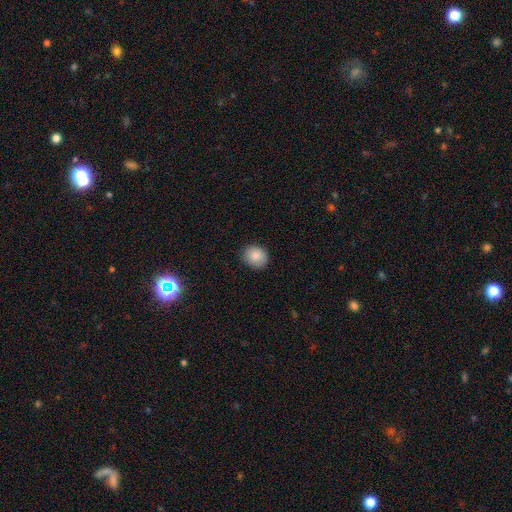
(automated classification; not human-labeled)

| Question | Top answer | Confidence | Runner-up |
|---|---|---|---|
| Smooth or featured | smooth | 85% | star or artifact (8%) |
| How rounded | round | 67% | in between (32%) |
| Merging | none | 85% | minor disturbance (12%) |